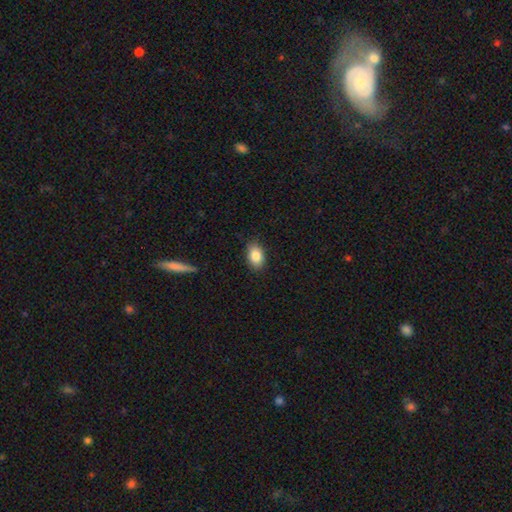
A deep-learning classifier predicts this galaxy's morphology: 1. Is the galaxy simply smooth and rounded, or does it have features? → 85% smooth, 8% star or artifact, 7% featured or disk.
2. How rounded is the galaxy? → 86% in between, 13% round, 2% cigar-shaped.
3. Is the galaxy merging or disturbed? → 84% none, 13% minor disturbance, 2% major disturbance, 1% merger.